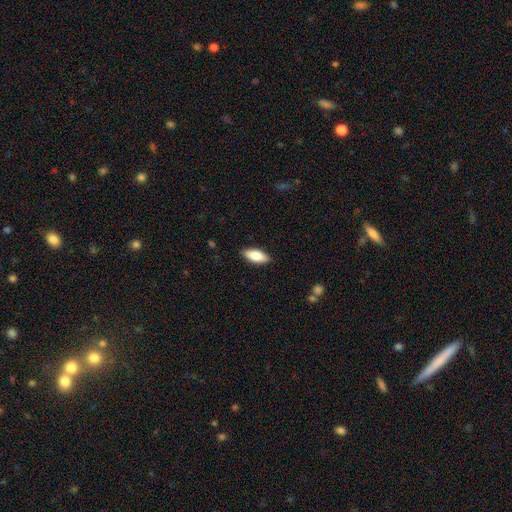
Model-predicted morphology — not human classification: Smooth or featured? Predicted: smooth (p=0.79). How rounded? Predicted: in between (p=0.83). Merging? Predicted: none (p=0.88).